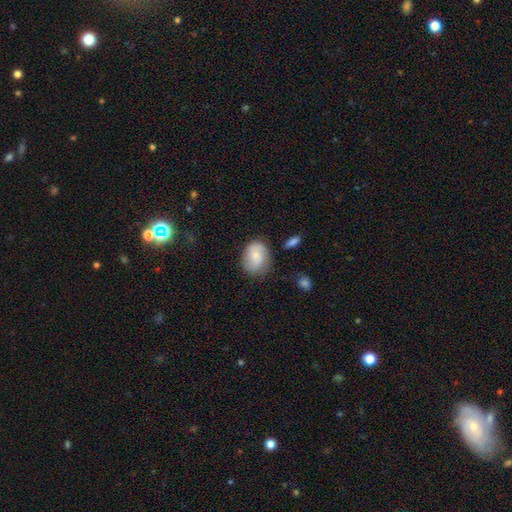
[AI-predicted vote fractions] This appears to be a smooth galaxy with no disk features (68%) that is in between round and cigar-shaped (55%). Merging: none (66%).